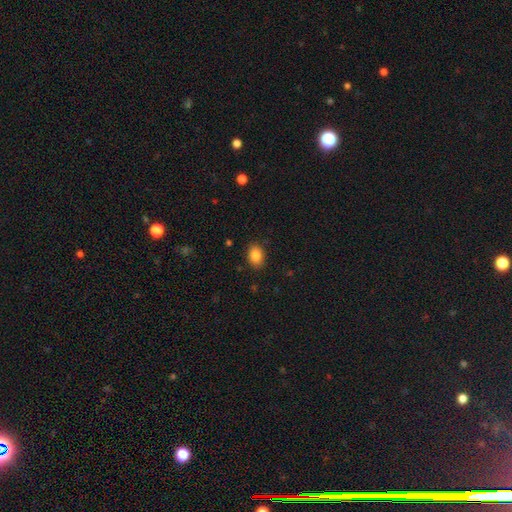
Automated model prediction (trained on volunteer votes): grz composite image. It shows a smooth galaxy with no disk features (87%) that is in between round and cigar-shaped (80%). Merging: none (86%).